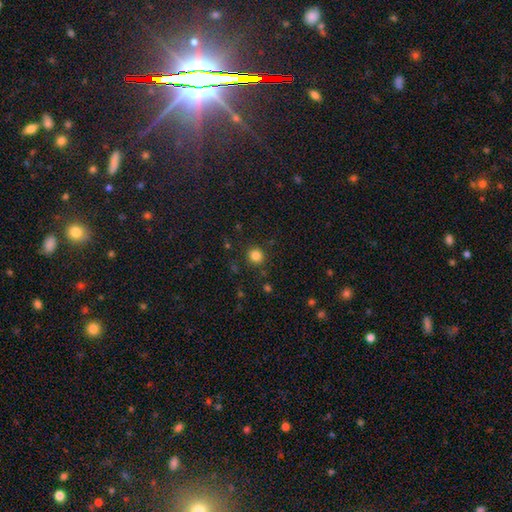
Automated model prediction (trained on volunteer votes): The model was most divided on "smooth or featured": smooth: 83%, star or artifact: 13%, featured or disk: 4%. More confident: how rounded — round (88%); merging — none (87%).